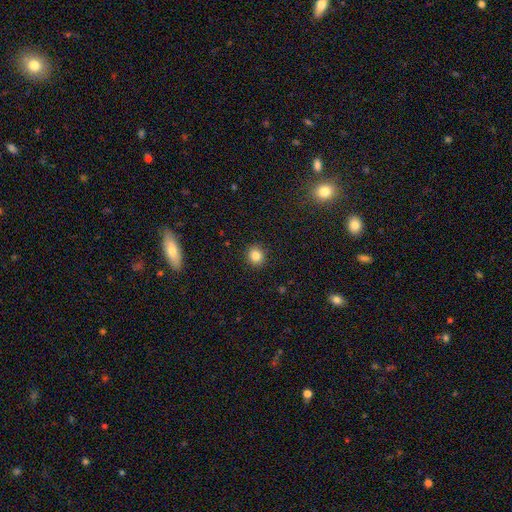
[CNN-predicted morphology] Smooth or featured? Predicted: smooth (p=0.83). How rounded? Predicted: round (p=0.86). Merging? Predicted: none (p=0.91).